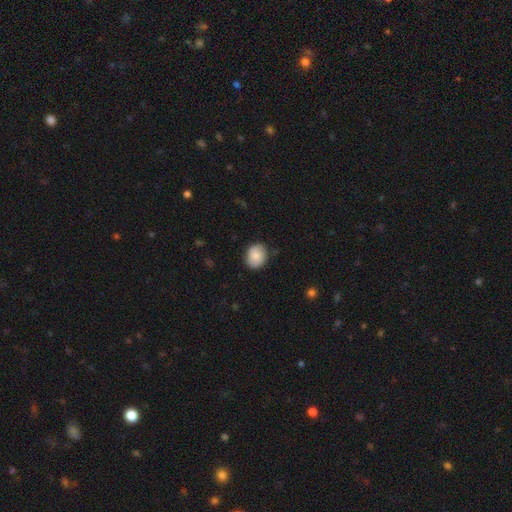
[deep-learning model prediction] This is clearly a smooth galaxy (85%). How rounded: possibly round (55%). Merging: clearly none (82%).